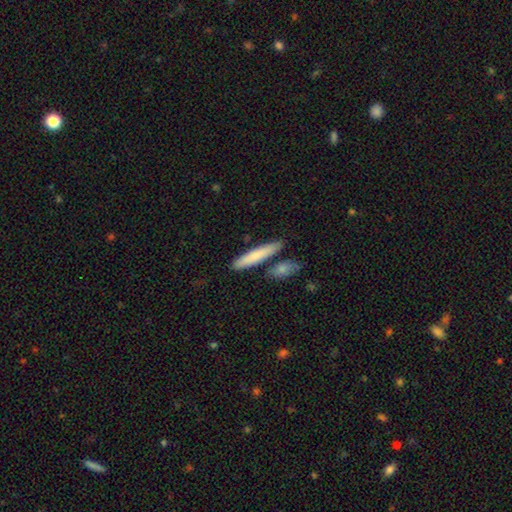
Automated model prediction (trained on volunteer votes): smooth-or-featured: smooth: 77% | featured or disk: 18% | star or artifact: 5%
  how-rounded: cigar-shaped: 88% | in between: 10% | round: 2%
  merging: none: 79% | minor disturbance: 10% | merger: 9% | major disturbance: 2%